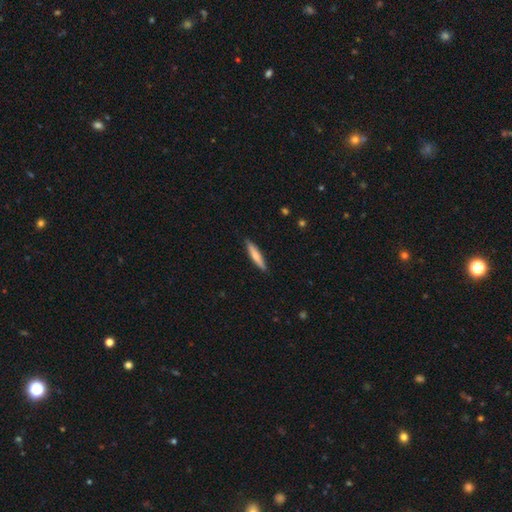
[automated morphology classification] smooth-or-featured: smooth: 63% | featured or disk: 32% | star or artifact: 5%
  how-rounded: cigar-shaped: 89% | in between: 9% | round: 1%
  merging: none: 90% | minor disturbance: 8% | major disturbance: 1% | merger: 1%